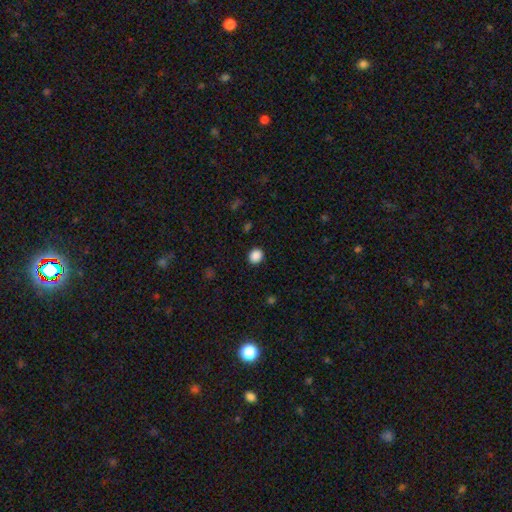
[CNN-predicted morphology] This appears to be a smooth galaxy with no disk features (88%) that is round (77%). Merging: none (91%).